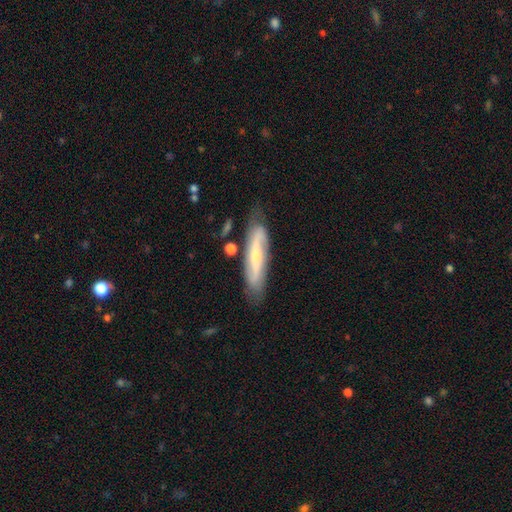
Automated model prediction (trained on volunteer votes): A featured or disk galaxy (70%). Merging: none (75%).